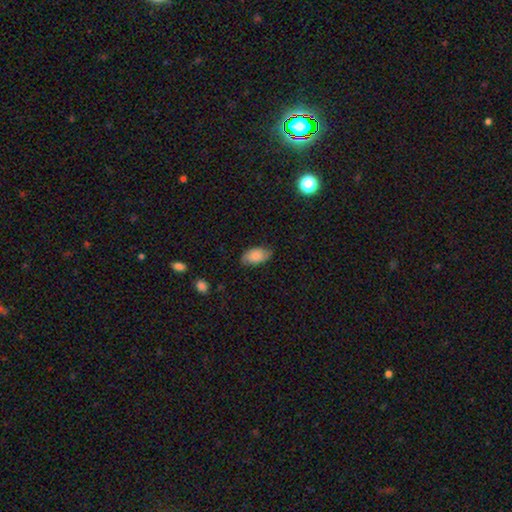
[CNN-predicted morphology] This is likely a smooth galaxy (76%). How rounded: clearly in between (94%). Merging: likely none (75%).